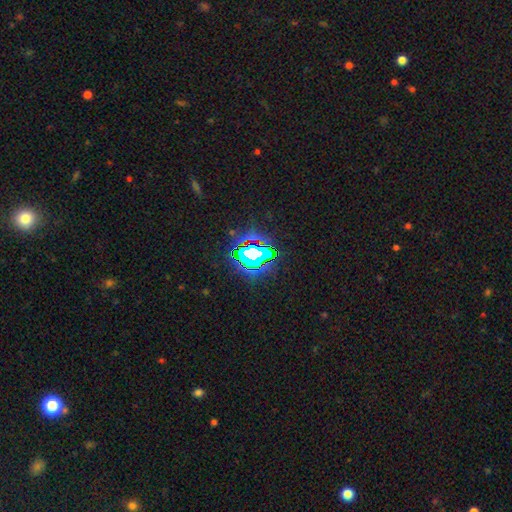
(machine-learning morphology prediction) smooth_or_featured: star or artifact (p=0.81) [alt: smooth p=0.12]